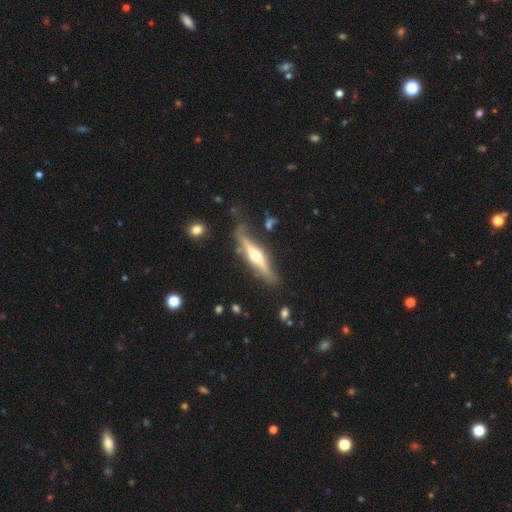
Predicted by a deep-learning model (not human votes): This is likely a featured or disk galaxy (70%). It is clearly viewed edge-on (93%). Edge-on bulge: clearly rounded (92%). Merging: likely none (74%).